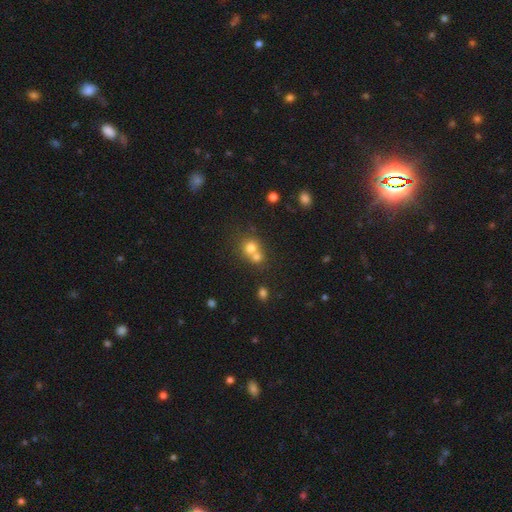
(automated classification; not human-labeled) Morphology: type=smooth (67%); roundness=round (83%); merging=merger (51%).